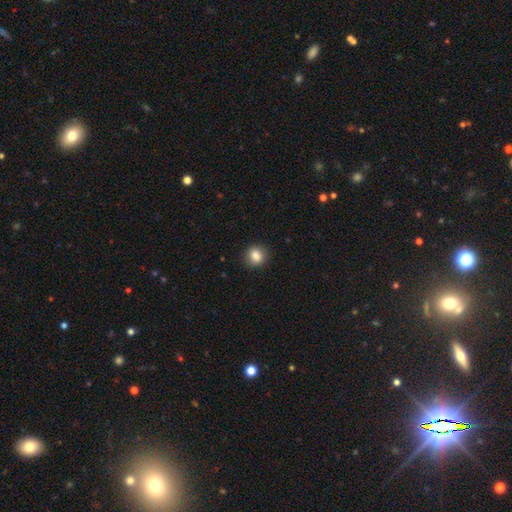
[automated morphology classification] Smooth or featured? Predicted: smooth (p=0.85). How rounded? Predicted: round (p=0.79). Merging? Predicted: none (p=0.89).